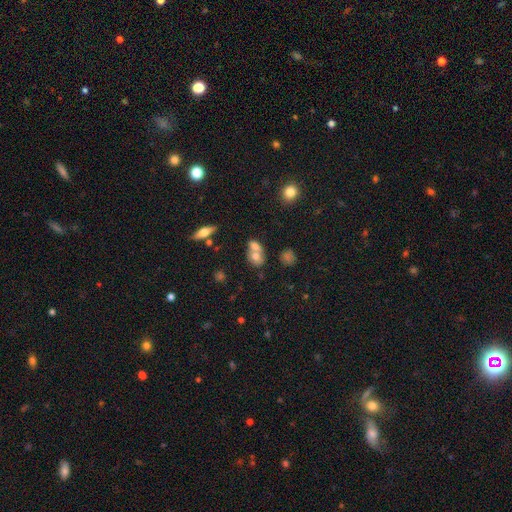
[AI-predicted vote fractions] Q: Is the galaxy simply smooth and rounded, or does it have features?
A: smooth — 67%.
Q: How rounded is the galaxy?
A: in between — 55%.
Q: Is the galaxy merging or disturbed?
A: merger — 61%.